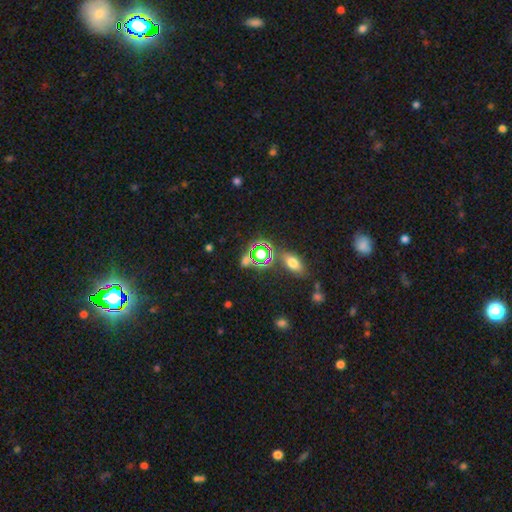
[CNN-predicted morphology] The model was most divided on "smooth or featured": star or artifact: 61%, smooth: 27%, featured or disk: 12%.